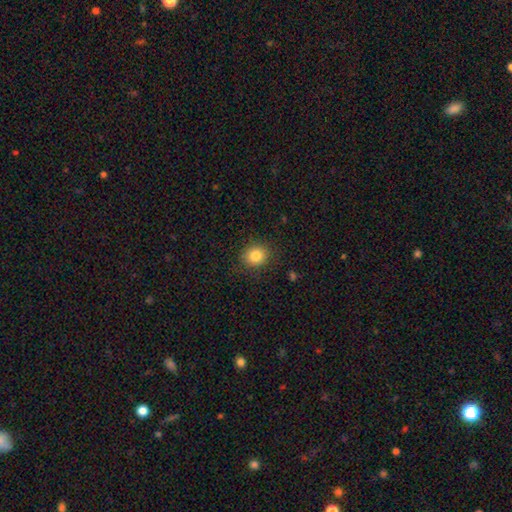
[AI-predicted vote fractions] Smooth or featured: smooth — 83% (star or artifact — 10%)
How rounded: round — 72% (in between — 27%)
Merging: none — 87% (minor disturbance — 9%)